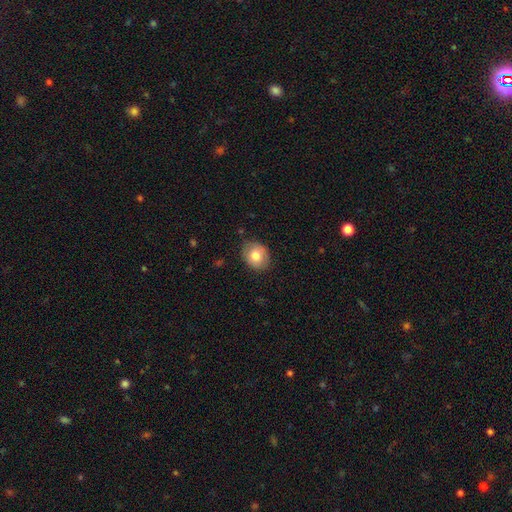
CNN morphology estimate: This appears to be a smooth galaxy with no disk features (77%) that is round (54%). Merging: none (83%).